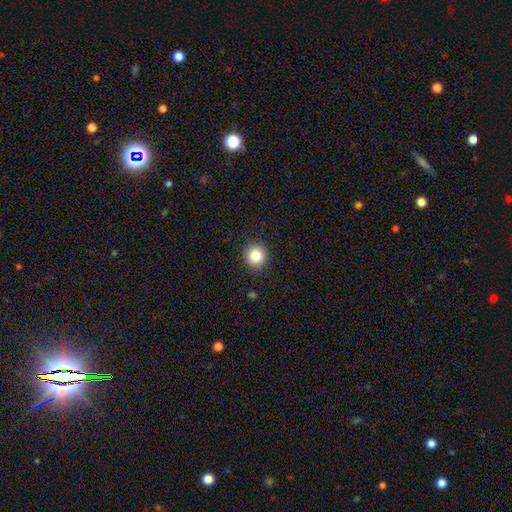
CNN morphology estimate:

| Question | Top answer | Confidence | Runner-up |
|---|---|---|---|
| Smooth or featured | smooth | 83% | star or artifact (11%) |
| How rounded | round | 92% | in between (7%) |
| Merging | none | 91% | minor disturbance (6%) |